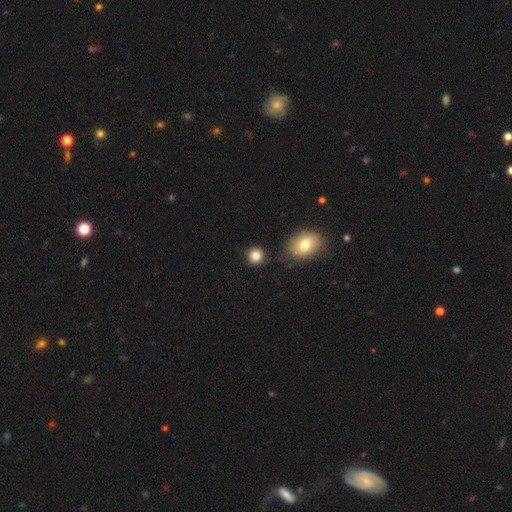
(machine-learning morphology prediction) Overall: smooth (85%). How rounded: round (90%). Merging: none (85%).